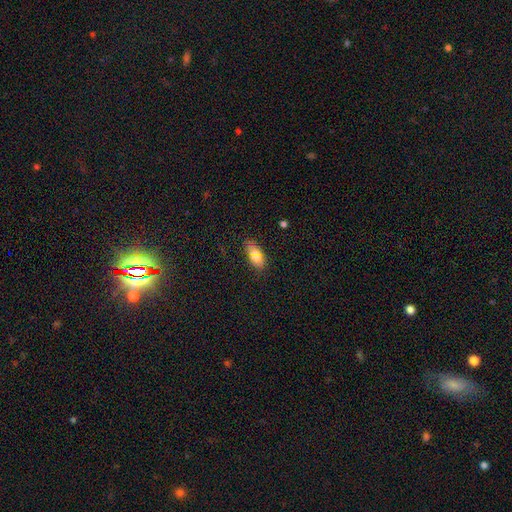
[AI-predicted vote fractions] Smooth or featured: smooth — 77% (featured or disk — 15%)
How rounded: in between — 87% (cigar-shaped — 9%)
Merging: none — 74% (minor disturbance — 19%)